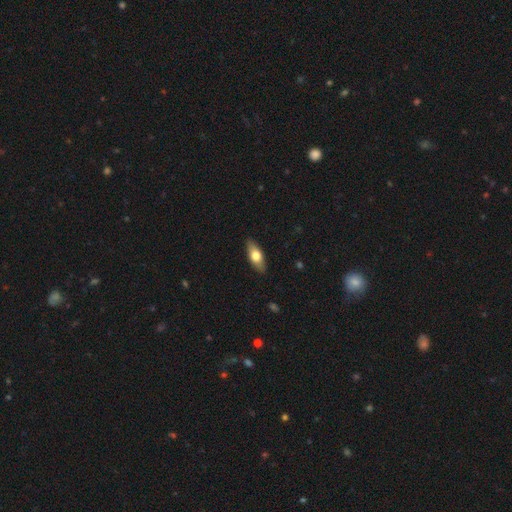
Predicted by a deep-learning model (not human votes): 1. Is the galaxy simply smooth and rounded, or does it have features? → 67% smooth, 27% featured or disk, 6% star or artifact.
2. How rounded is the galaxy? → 78% in between, 18% cigar-shaped, 3% round.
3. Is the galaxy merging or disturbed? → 88% none, 9% minor disturbance, 2% major disturbance, 1% merger.